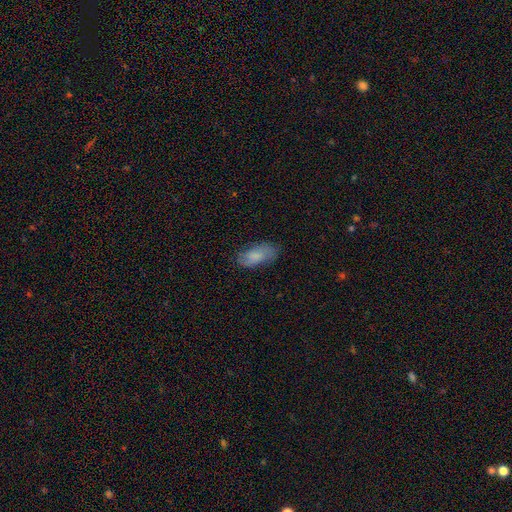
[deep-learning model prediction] Smooth or featured? Predicted: smooth (p=0.73). How rounded? Predicted: in between (p=0.90). Merging? Predicted: none (p=0.72).